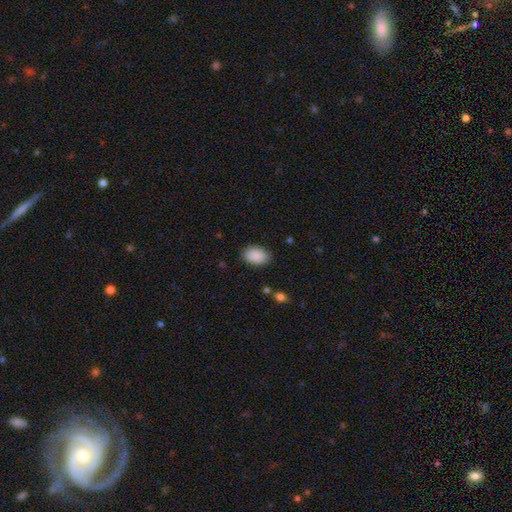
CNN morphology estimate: Overall: smooth (90%). How rounded: in between (87%). Merging: none (86%).